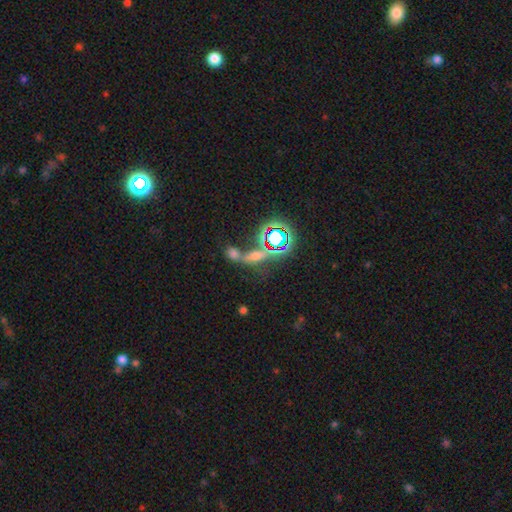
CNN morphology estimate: Q: Smooth or featured?
A: star or artifact (45%); runner-up: smooth (35%)